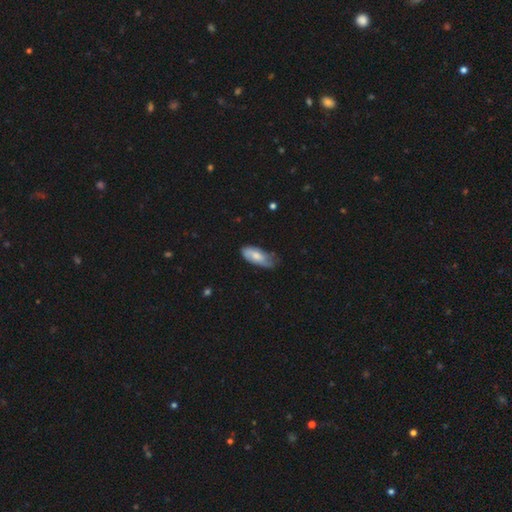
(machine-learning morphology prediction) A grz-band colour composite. It shows a smooth galaxy with no disk features (67%) that is in between round and cigar-shaped (83%). Merging: none (48%).